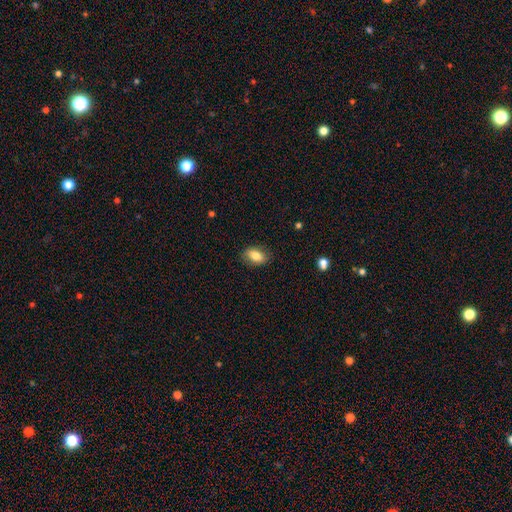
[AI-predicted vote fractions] Smooth or featured: smooth — 80% (featured or disk — 12%)
How rounded: in between — 87% (round — 11%)
Merging: none — 82% (minor disturbance — 13%)